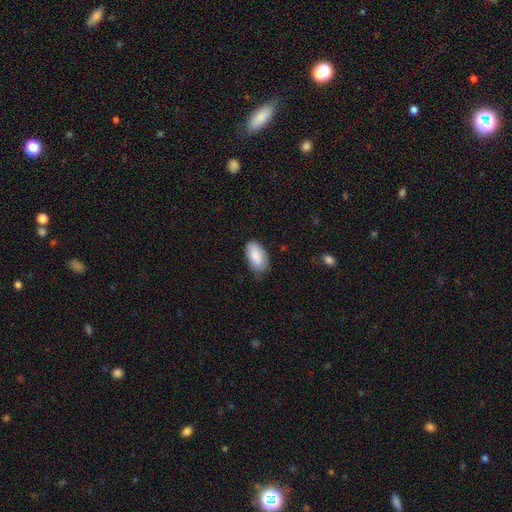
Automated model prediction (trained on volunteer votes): This is clearly a smooth galaxy (85%). How rounded: clearly in between (95%). Merging: likely none (69%).